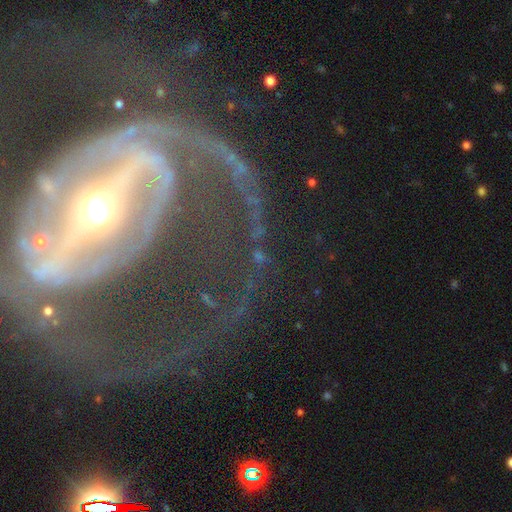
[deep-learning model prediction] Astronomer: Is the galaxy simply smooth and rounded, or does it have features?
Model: featured or disk — 89%.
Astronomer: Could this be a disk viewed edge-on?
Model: no — 95%.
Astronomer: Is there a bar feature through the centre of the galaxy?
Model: strong — 75%.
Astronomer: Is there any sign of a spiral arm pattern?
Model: yes — 87%.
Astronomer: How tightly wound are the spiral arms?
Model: medium — 44% (runner-up: tight, 33%).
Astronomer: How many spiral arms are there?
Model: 2 — 69%.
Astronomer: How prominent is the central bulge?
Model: moderate — 52% (runner-up: small, 38%).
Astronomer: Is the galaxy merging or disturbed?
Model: none — 55%.